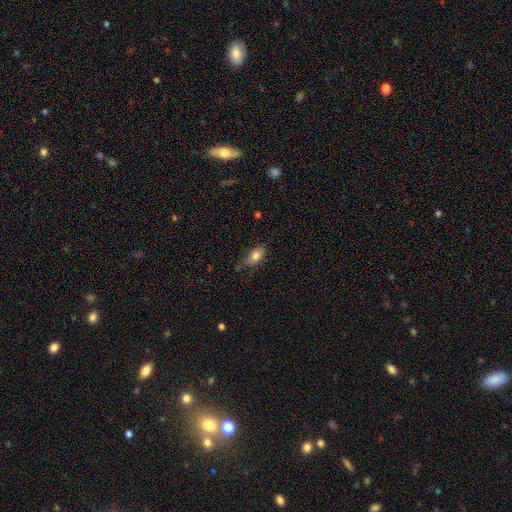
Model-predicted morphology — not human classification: The model was most divided on "merging": none: 62%, minor disturbance: 29%, major disturbance: 6%, merger: 2%. More confident: how rounded — in between (85%); smooth or featured — smooth (80%).